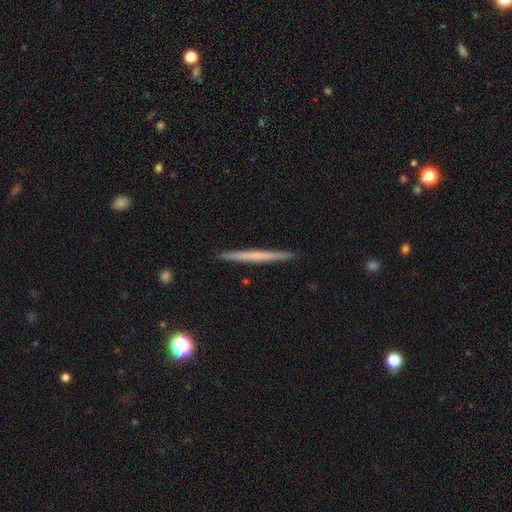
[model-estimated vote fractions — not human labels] The model was most divided on "smooth or featured": smooth: 48%, featured or disk: 46%, star or artifact: 6%. More confident: merging — none (92%).